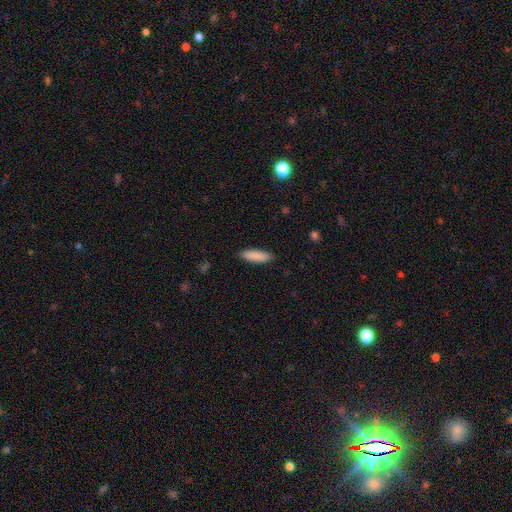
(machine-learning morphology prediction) smooth_or_featured: smooth (p=0.89) [alt: star or artifact p=0.06]
how_rounded: cigar-shaped (p=0.52) [alt: in between p=0.46]
merging: none (p=0.88) [alt: minor disturbance p=0.09]